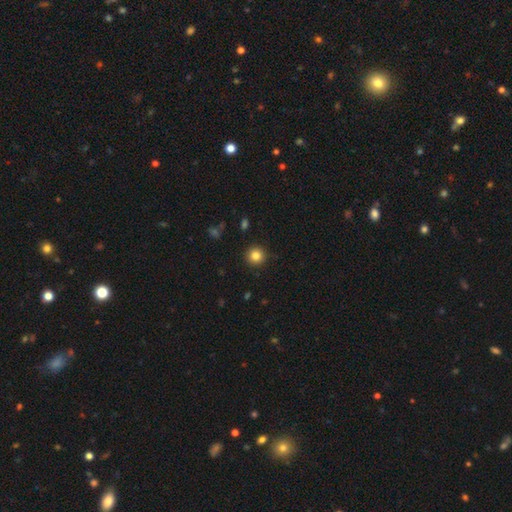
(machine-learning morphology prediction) Smooth or featured? Predicted: smooth (p=0.84). How rounded? Predicted: round (p=0.95). Merging? Predicted: none (p=0.92).